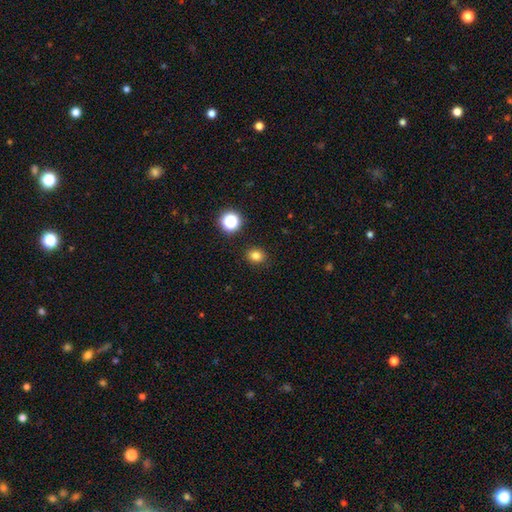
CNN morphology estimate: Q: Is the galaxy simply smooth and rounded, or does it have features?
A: smooth — 80%.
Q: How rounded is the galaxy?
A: round — 60%.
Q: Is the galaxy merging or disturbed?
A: none — 89%.